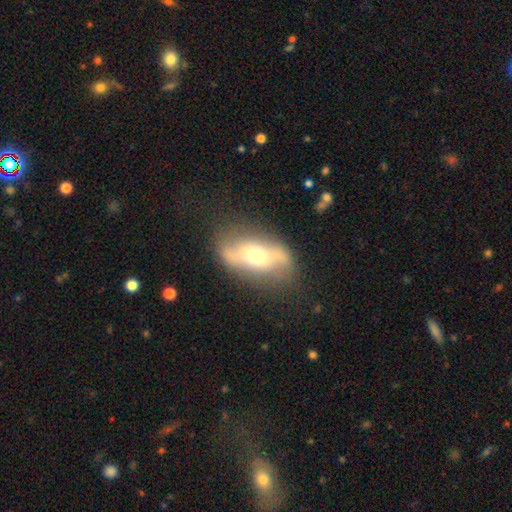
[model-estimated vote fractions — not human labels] A featured or disk galaxy (74%) with no bar (43%), 2 (90%) loose (73%) spiral arms (83%) and a moderate central bulge (52%).

Vote fractions:
- Smooth or featured? featured or disk: 74% / smooth: 19% / star or artifact: 7%
- Edge-on disk? no: 89% / yes: 11%
- Bar? no: 43% / strong: 30% / weak: 27%
- Spiral arms? yes: 83% / no: 17%
- Spiral winding? loose: 73% / medium: 20% / tight: 8%
- Spiral arm count? 2: 90% / can't tell: 5% / 1: 2% / 3: 1% / 4: 1% / more than 4: 1%
- Bulge size? moderate: 52% / small: 37% / large: 8% / dominant: 2% / none: 1%
- Merging? none: 73% / minor disturbance: 17% / major disturbance: 8% / merger: 2%